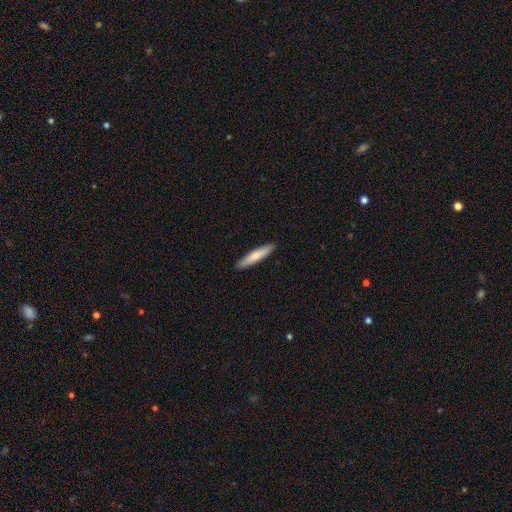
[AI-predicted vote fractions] Q: Smooth or featured?
A: smooth (70%); runner-up: featured or disk (25%)
Q: How rounded?
A: cigar-shaped (90%); runner-up: in between (9%)
Q: Merging?
A: none (92%); runner-up: minor disturbance (6%)